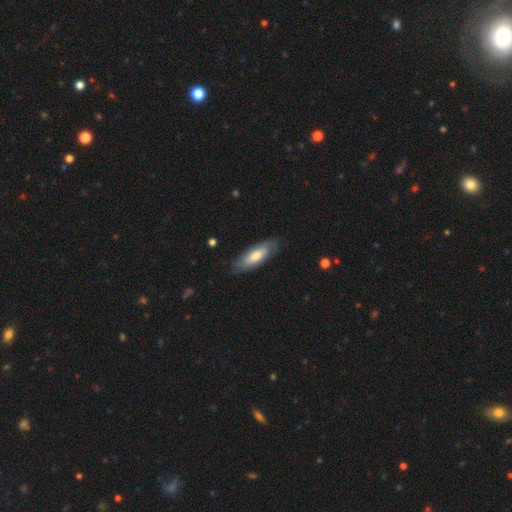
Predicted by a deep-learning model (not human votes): smooth-or-featured: smooth: 64% | featured or disk: 31% | star or artifact: 5%
  how-rounded: in between: 62% | cigar-shaped: 36% | round: 2%
  merging: none: 81% | minor disturbance: 14% | major disturbance: 3% | merger: 1%